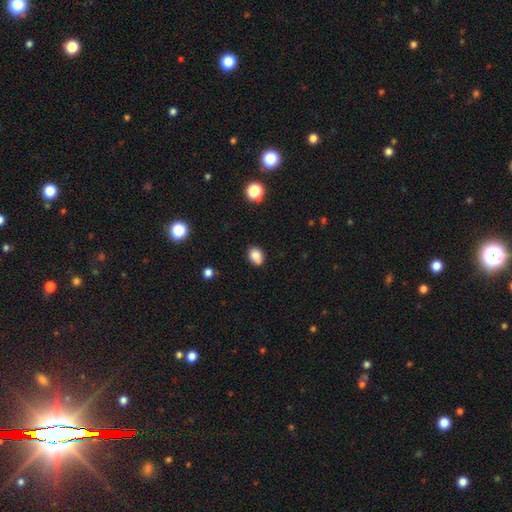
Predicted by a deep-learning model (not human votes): The model was most divided on "how rounded": in between: 51%, round: 48%, cigar-shaped: 1%. More confident: smooth or featured — smooth (81%); merging — none (67%).